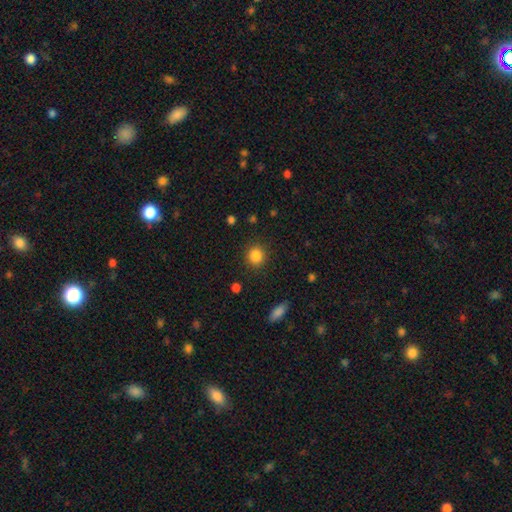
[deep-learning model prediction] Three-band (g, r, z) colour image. It shows a smooth galaxy with no disk features (86%) that is round (85%). Merging: none (89%).